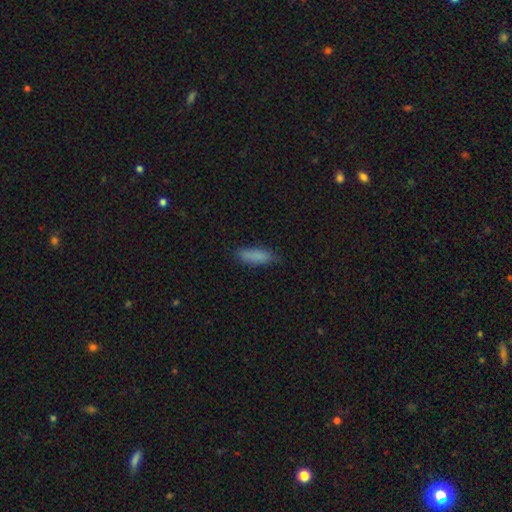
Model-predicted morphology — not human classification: Smooth or featured? Predicted: smooth (p=0.84). How rounded? Predicted: cigar-shaped (p=0.52). Merging? Predicted: none (p=0.77).